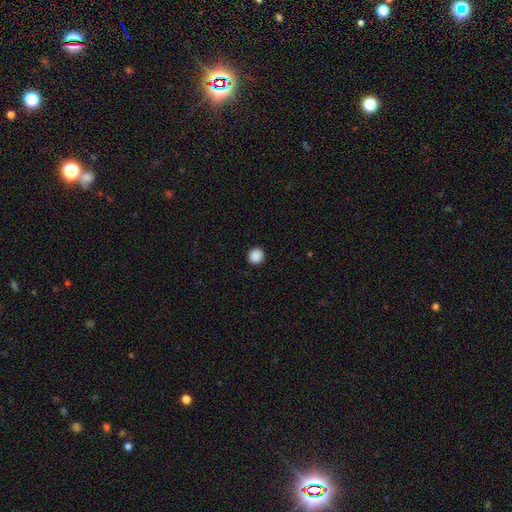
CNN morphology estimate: Smooth or featured? Predicted: smooth (p=0.89). How rounded? Predicted: round (p=0.95). Merging? Predicted: none (p=0.93).